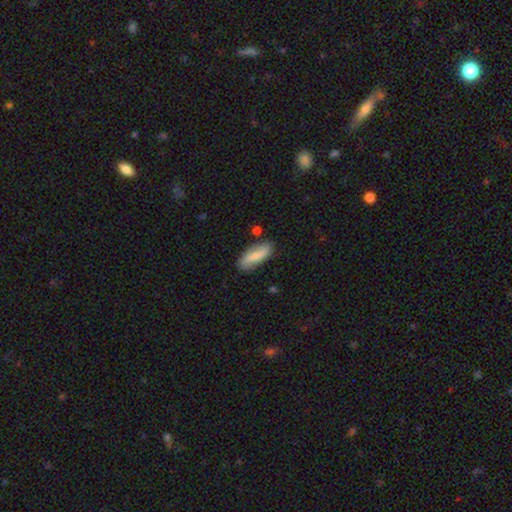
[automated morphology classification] This is likely a smooth galaxy (66%). How rounded: likely in between (63%). Merging: likely none (79%).